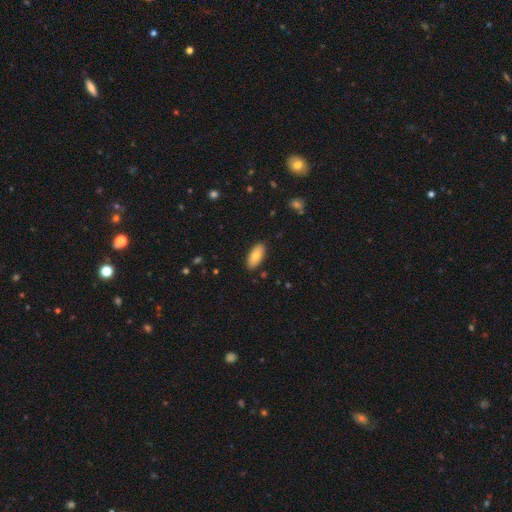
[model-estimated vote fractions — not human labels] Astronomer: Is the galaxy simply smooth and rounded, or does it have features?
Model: smooth — 76%.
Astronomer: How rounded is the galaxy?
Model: in between — 88%.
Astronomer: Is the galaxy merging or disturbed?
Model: none — 88%.